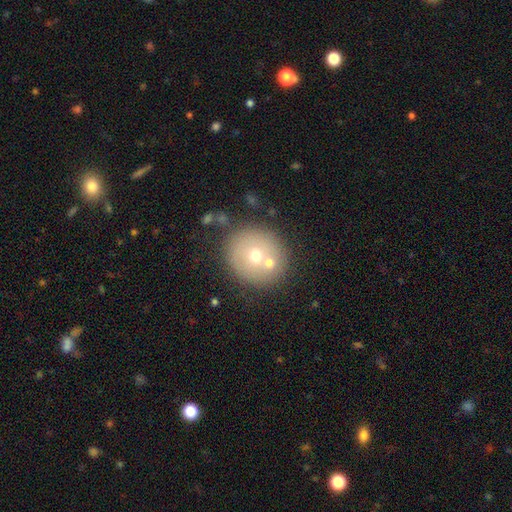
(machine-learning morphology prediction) Overall: smooth (62%; featured or disk 25%). How rounded: round (90%). Merging: none (66%).